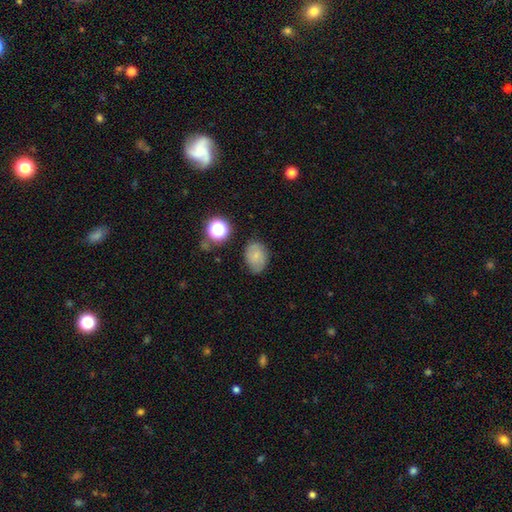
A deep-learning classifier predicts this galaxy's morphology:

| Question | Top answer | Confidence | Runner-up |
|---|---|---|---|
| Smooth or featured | smooth | 66% | featured or disk (21%) |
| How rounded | in between | 65% | round (34%) |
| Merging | none | 70% | minor disturbance (22%) |